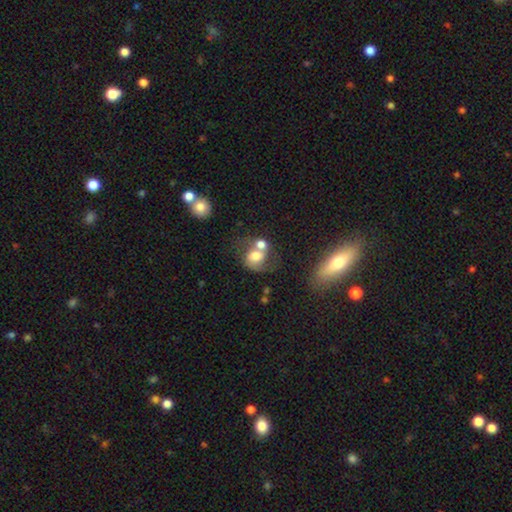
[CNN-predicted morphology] Overall: smooth (47%; featured or disk 43%). Merging: merger (47%; none 26%).